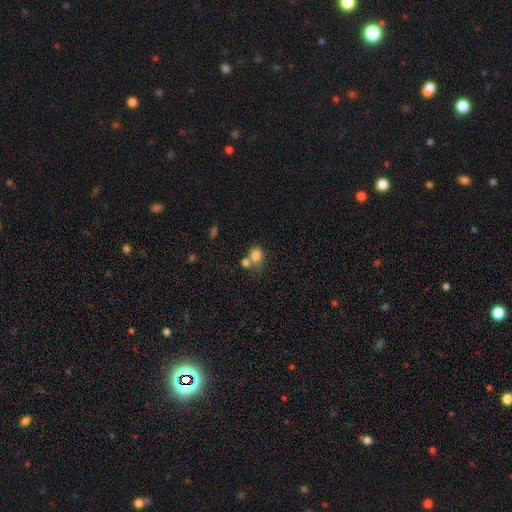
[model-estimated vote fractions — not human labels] The model was most divided on "merging": merger: 43%, none: 39%, minor disturbance: 12%, major disturbance: 6%. More confident: smooth or featured — smooth (80%); how rounded — round (63%).